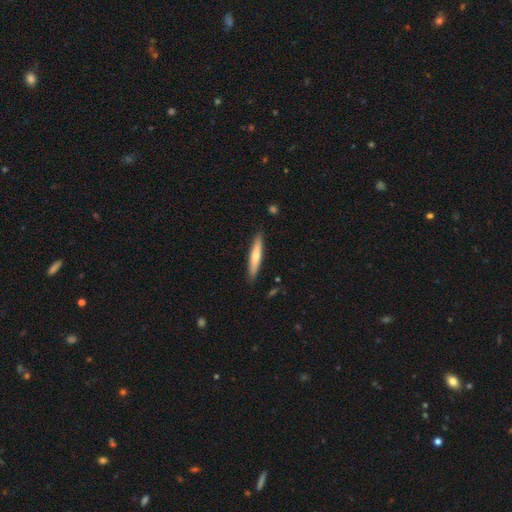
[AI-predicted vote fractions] A smooth galaxy with no disk features (62%) that is cigar-shaped (90%). Merging: none (89%).